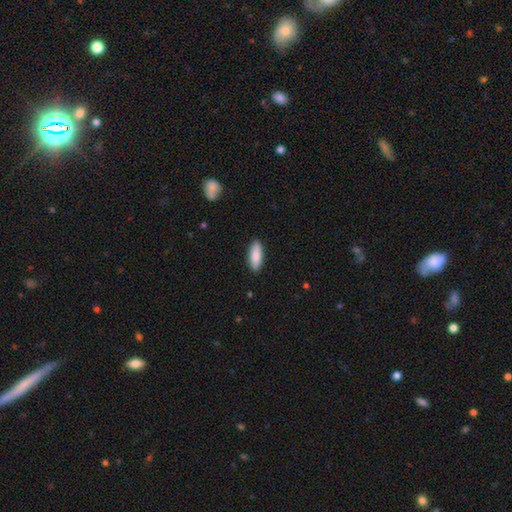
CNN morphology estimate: Smooth or featured? smooth (88%)
How rounded? in between (65%)
Merging? none (89%)